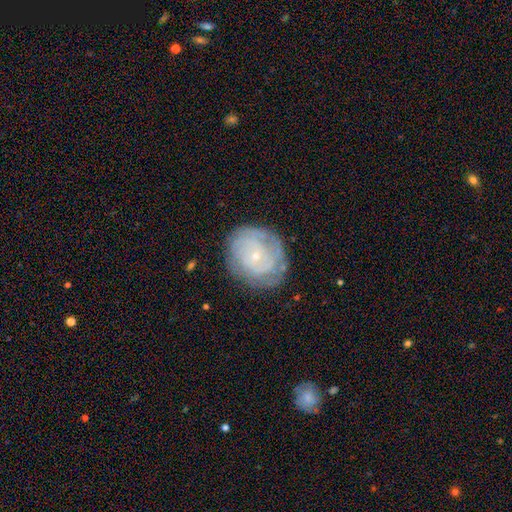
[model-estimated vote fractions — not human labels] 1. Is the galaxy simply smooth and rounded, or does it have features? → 72% featured or disk, 21% smooth, 7% star or artifact.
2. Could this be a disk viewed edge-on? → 97% no, 3% yes.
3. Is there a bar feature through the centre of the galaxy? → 78% no, 18% weak, 4% strong.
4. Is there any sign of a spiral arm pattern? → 84% yes, 16% no.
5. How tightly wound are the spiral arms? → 74% tight, 20% medium, 6% loose.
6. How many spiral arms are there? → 50% can't tell, 18% 2, 13% 3, 8% 4, 5% 1, 5% more than 4.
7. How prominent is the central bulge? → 83% small, 13% moderate, 2% none, 1% large, 1% dominant.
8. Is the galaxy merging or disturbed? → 75% none, 17% minor disturbance, 6% major disturbance, 1% merger.